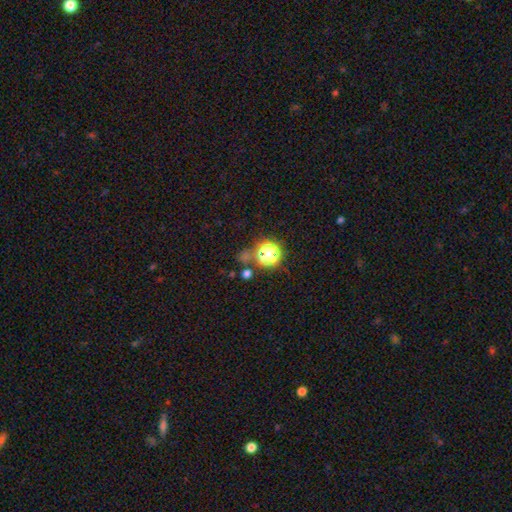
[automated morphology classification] smooth-or-featured: star or artifact: 68% | smooth: 26% | featured or disk: 7%